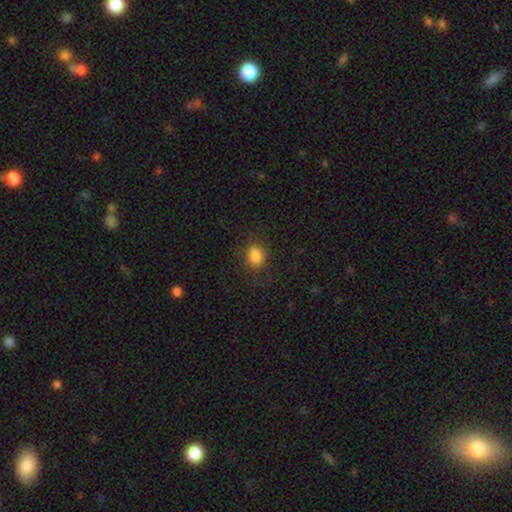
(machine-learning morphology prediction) Smooth or featured? Predicted: smooth (p=0.83). How rounded? Predicted: in between (p=0.53). Merging? Predicted: none (p=0.76).